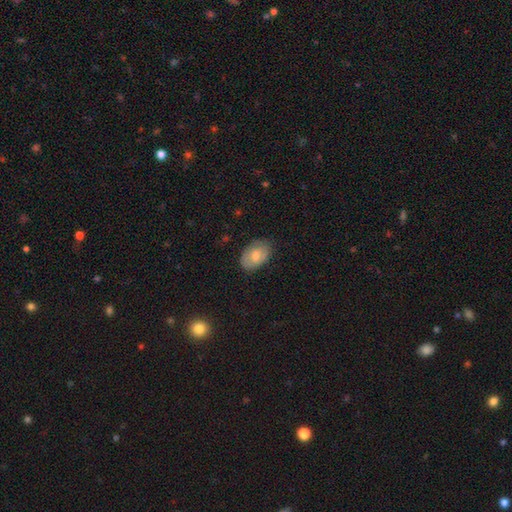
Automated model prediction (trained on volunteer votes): A smooth galaxy with no disk features (63%) that is in between round and cigar-shaped (87%). Merging: none (81%).